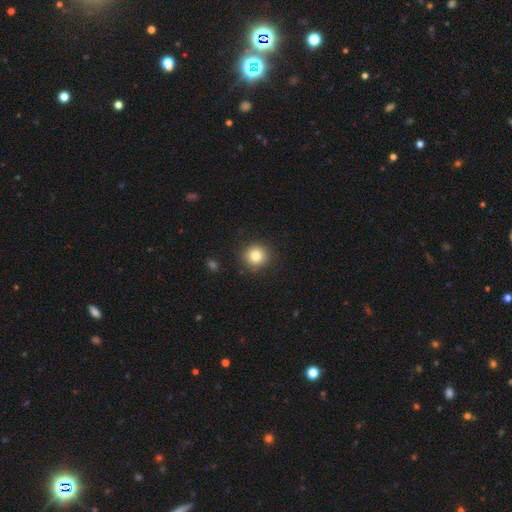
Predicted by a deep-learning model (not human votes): Smooth or featured? Predicted: smooth (p=0.82). How rounded? Predicted: round (p=0.92). Merging? Predicted: none (p=0.89).